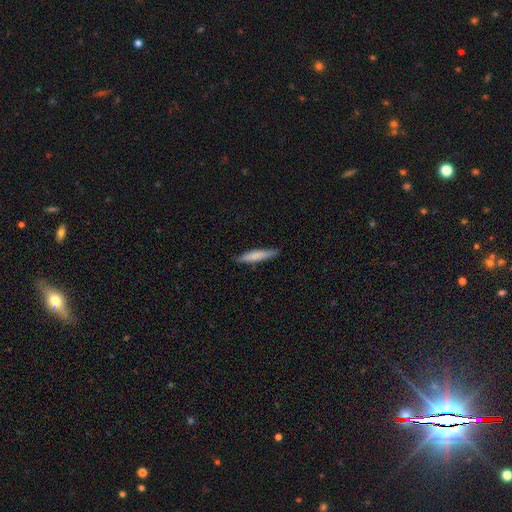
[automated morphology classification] Smooth or featured: smooth — 77% (featured or disk — 17%)
How rounded: cigar-shaped — 85% (in between — 14%)
Merging: none — 84% (minor disturbance — 13%)